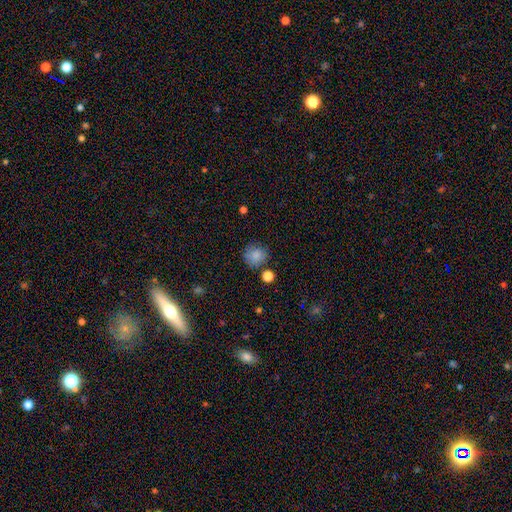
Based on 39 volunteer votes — Smooth or featured?
  - smooth: 92% *
  - featured or disk: 8%
  - star or artifact: 0%
How rounded?
  - round: 83% *
  - in between: 17%
  - cigar-shaped: 0%
Merging?
  - none: 77% *
  - minor disturbance: 18%
  - major disturbance: 3%
  - merger: 3%